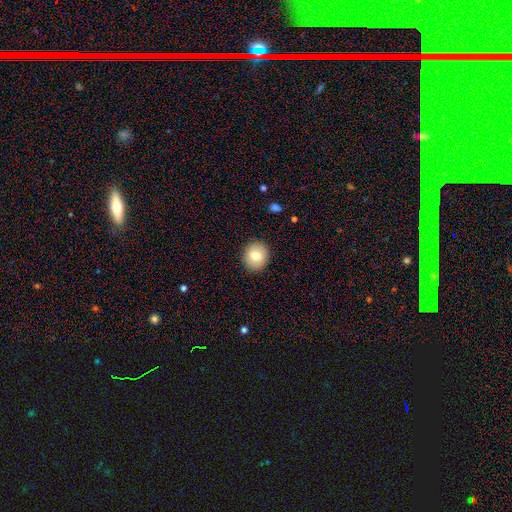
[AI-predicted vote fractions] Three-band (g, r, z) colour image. It shows a smooth galaxy with no disk features (78%) that is round (79%). Merging: none (90%).